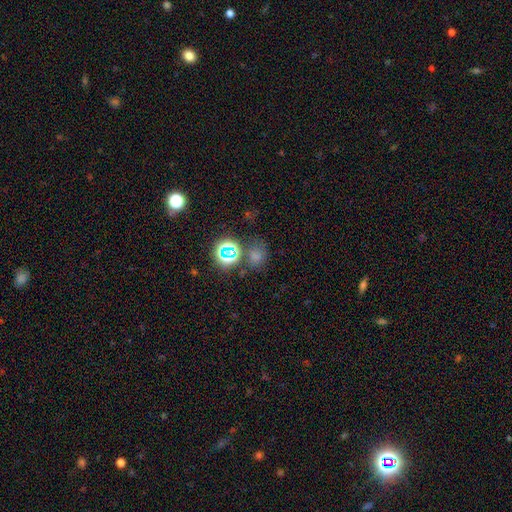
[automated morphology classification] This appears to be a smooth galaxy with no disk features (58%) that is round (62%). Merging: none (64%).